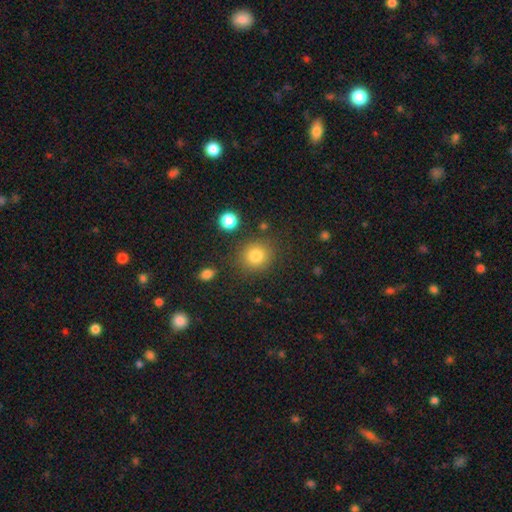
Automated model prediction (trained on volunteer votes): smooth-or-featured: smooth: 81% | star or artifact: 13% | featured or disk: 6%
  how-rounded: round: 86% | in between: 13% | cigar-shaped: 1%
  merging: none: 83% | minor disturbance: 9% | merger: 4% | major disturbance: 4%